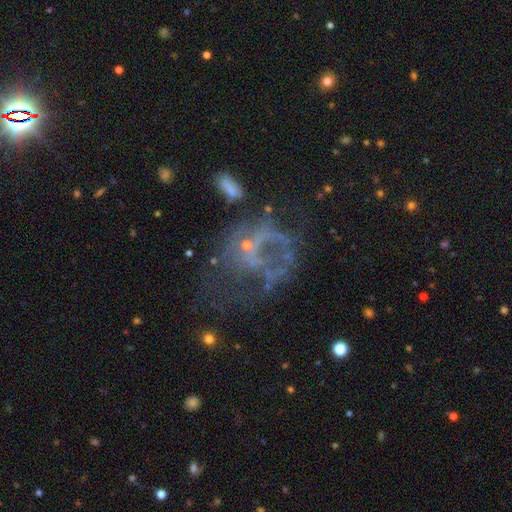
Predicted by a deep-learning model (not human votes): This is possibly a featured or disk galaxy (55%). It is clearly not viewed edge-on (97%). Bar: clearly no (82%). Spiral arm pattern: likely no (64%). Central bulge: possibly small (50%). Merging: possibly major disturbance (46%).